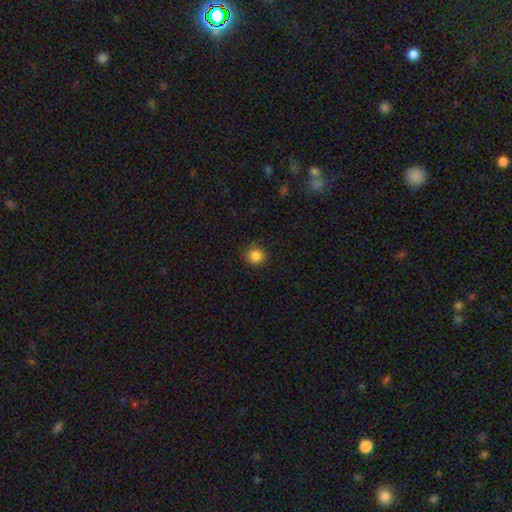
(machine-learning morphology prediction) Smooth or featured?
  - smooth: 85% *
  - star or artifact: 11%
  - featured or disk: 4%
How rounded?
  - round: 91% *
  - in between: 8%
  - cigar-shaped: 1%
Merging?
  - none: 88% *
  - minor disturbance: 9%
  - major disturbance: 2%
  - merger: 1%